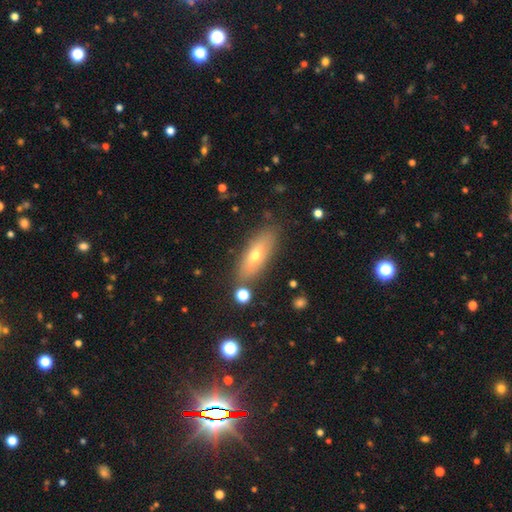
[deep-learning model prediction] smooth-or-featured: smooth: 57% | featured or disk: 34% | star or artifact: 9%
  how-rounded: in between: 59% | cigar-shaped: 37% | round: 4%
  merging: none: 83% | minor disturbance: 11% | merger: 3% | major disturbance: 3%